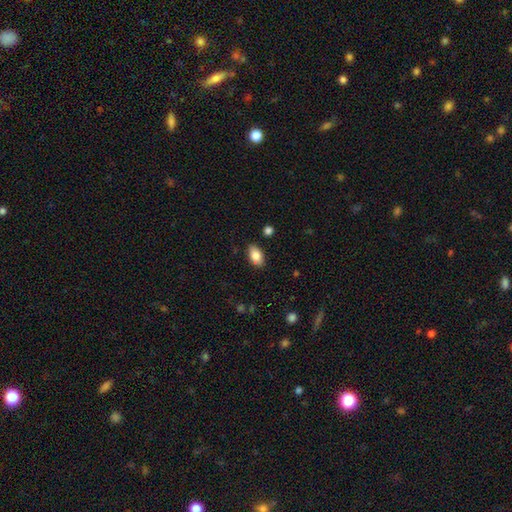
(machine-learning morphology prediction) Q: Smooth or featured?
A: smooth (83%); runner-up: featured or disk (10%)
Q: How rounded?
A: in between (92%); runner-up: round (6%)
Q: Merging?
A: none (86%); runner-up: minor disturbance (10%)